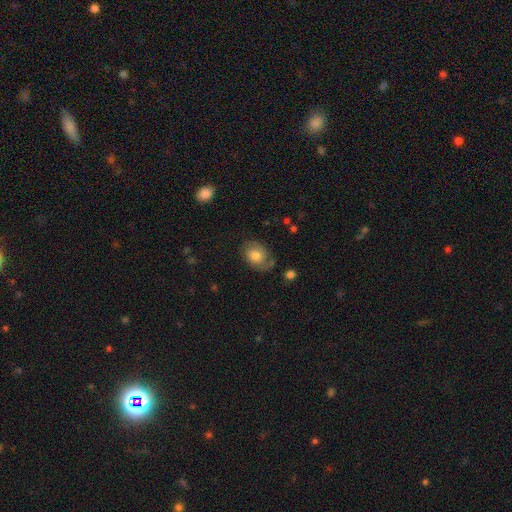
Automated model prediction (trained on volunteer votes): Q: Smooth or featured?
A: smooth (53%); runner-up: featured or disk (38%)
Q: How rounded?
A: in between (61%); runner-up: round (38%)
Q: Merging?
A: none (63%); runner-up: minor disturbance (24%)